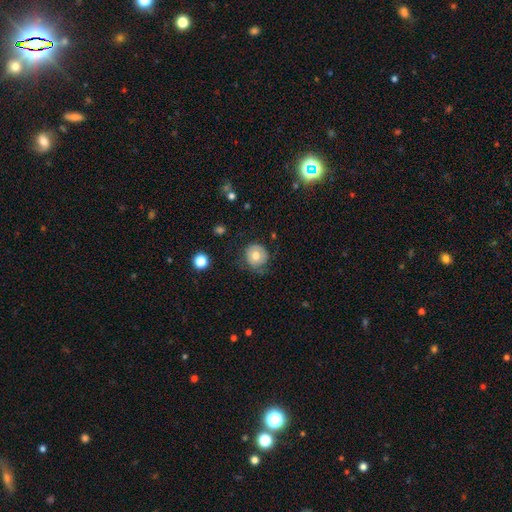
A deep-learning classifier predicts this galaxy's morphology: Q: Smooth or featured?
A: smooth (63%); runner-up: featured or disk (29%)
Q: How rounded?
A: round (87%); runner-up: in between (12%)
Q: Merging?
A: none (62%); runner-up: minor disturbance (26%)